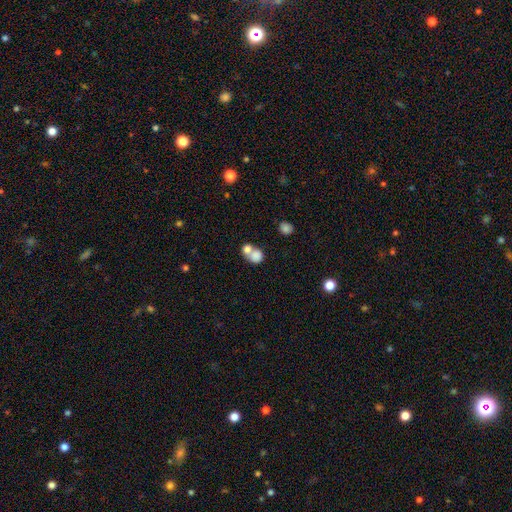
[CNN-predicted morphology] A smooth galaxy with no disk features (77%) that is round (65%).

Vote fractions:
- Smooth or featured? smooth: 77% / featured or disk: 13% / star or artifact: 10%
- How rounded? round: 65% / in between: 34% / cigar-shaped: 1%
- Merging? merger: 65% / none: 24% / minor disturbance: 6% / major disturbance: 4%